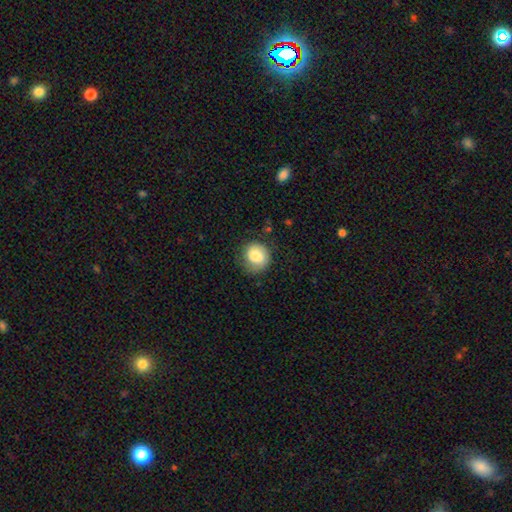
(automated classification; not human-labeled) The model was most divided on "merging": none: 70%, minor disturbance: 21%, major disturbance: 7%, merger: 1%. More confident: how rounded — round (81%); smooth or featured — smooth (78%).